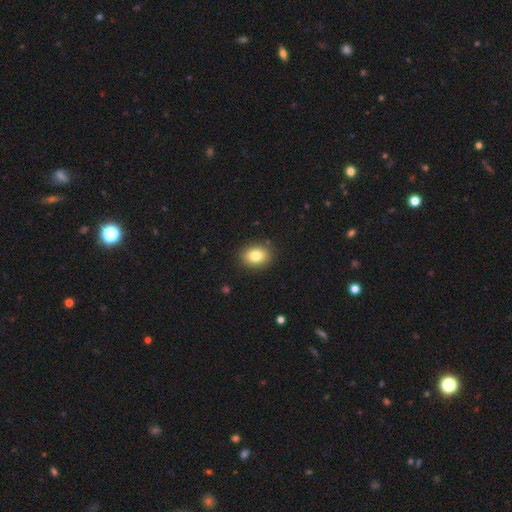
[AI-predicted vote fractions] Overall: smooth (82%). How rounded: in between (58%; round 41%). Merging: none (88%).